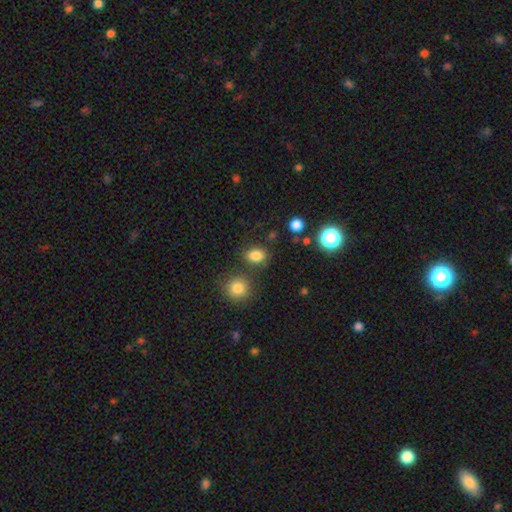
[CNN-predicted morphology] smooth 82%, star or artifact 13%, featured or disk 5%. Down the decision tree: how rounded — in between (68%); merging — none (77%).